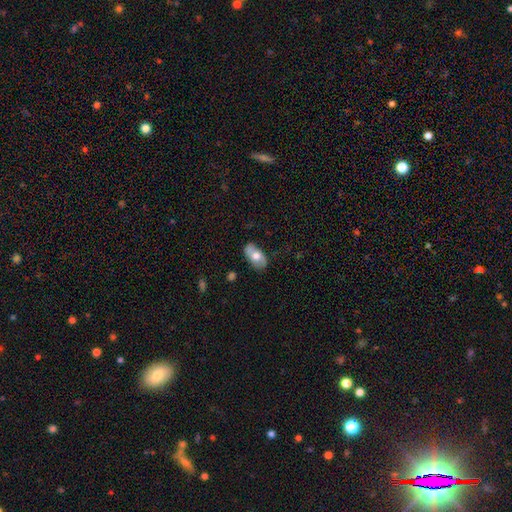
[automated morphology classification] smooth 60%, featured or disk 34%, star or artifact 7%. Down the decision tree: how rounded — in between (92%); merging — none (73%).